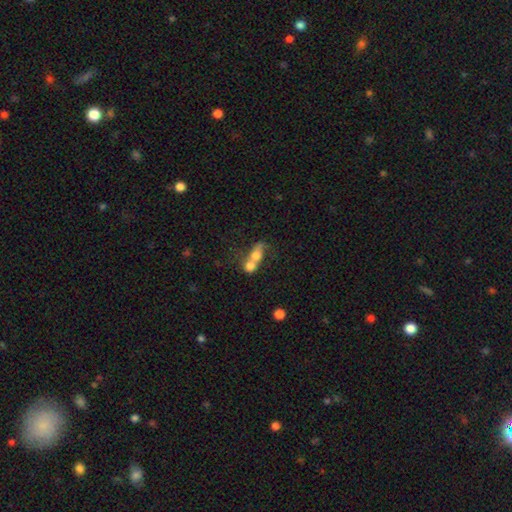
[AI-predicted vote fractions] The model was most divided on "how rounded": in between: 50%, round: 44%, cigar-shaped: 6%. More confident: merging — merger (74%); smooth or featured — smooth (67%).